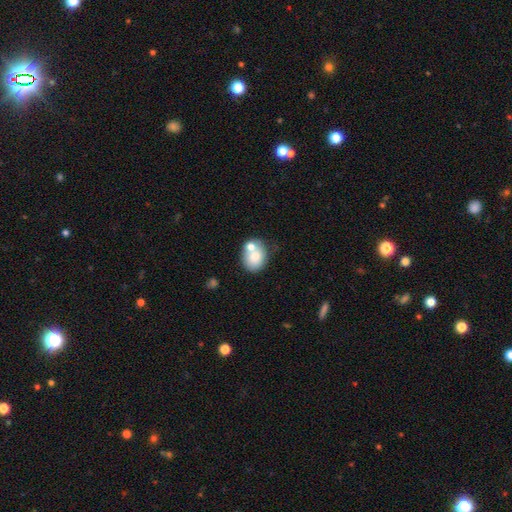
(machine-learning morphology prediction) smooth-or-featured: smooth: 73% | featured or disk: 19% | star or artifact: 8%
  how-rounded: in between: 52% | round: 47% | cigar-shaped: 1%
  merging: none: 51% | merger: 31% | minor disturbance: 13% | major disturbance: 4%